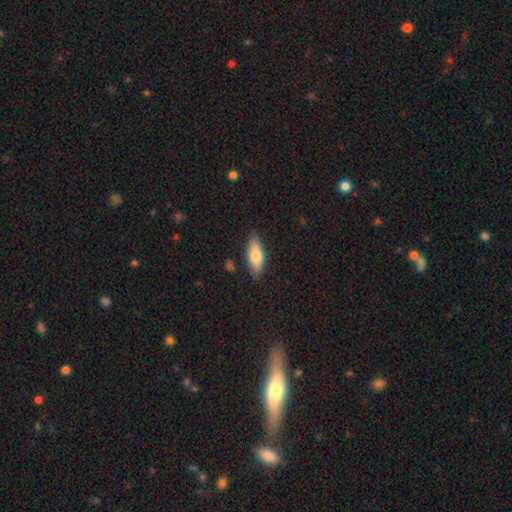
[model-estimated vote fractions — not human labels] Morphology: type=smooth (71%); roundness=in between (70%); merging=none (83%).